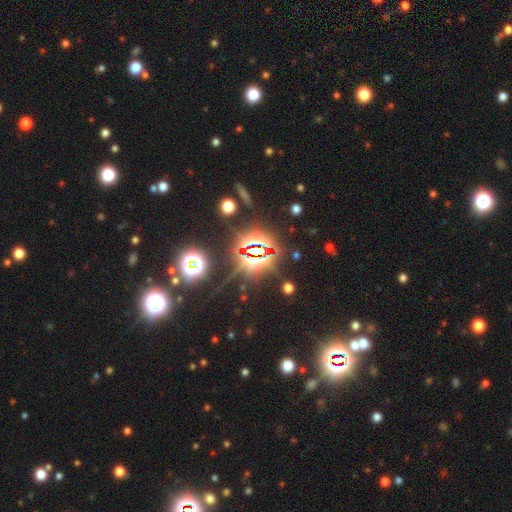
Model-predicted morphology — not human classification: Smooth or featured? star or artifact (81%)